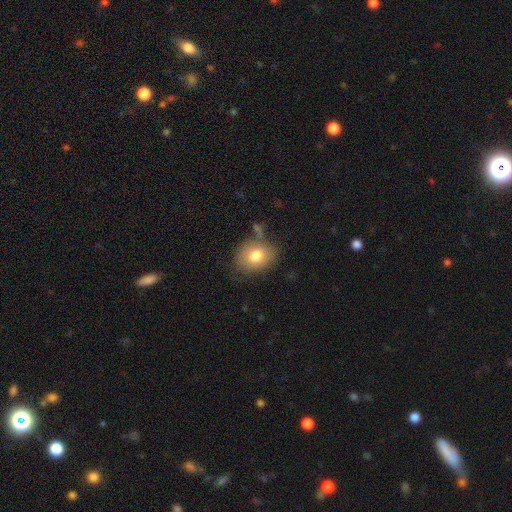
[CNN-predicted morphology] Smooth or featured: smooth — 78% (featured or disk — 14%)
How rounded: in between — 54% (round — 45%)
Merging: none — 64% (minor disturbance — 21%)